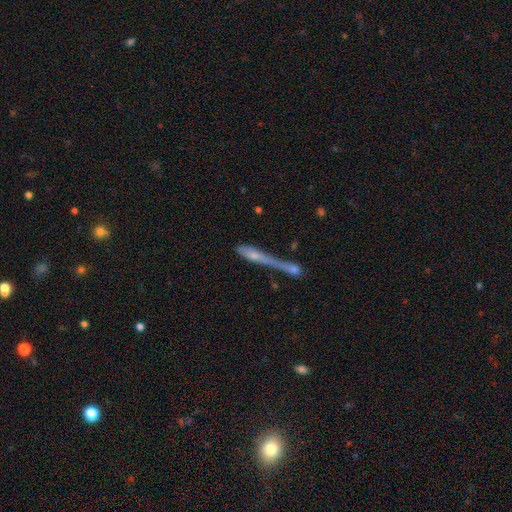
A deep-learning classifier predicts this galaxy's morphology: Smooth or featured: smooth — 49% (featured or disk — 39%)
Merging: merger — 44% (none — 23%)